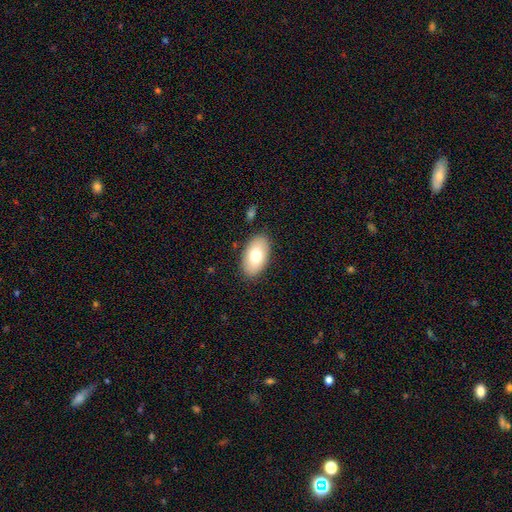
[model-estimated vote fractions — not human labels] This appears to be a smooth galaxy with no disk features (74%) that is in between round and cigar-shaped (94%). Merging: none (86%).